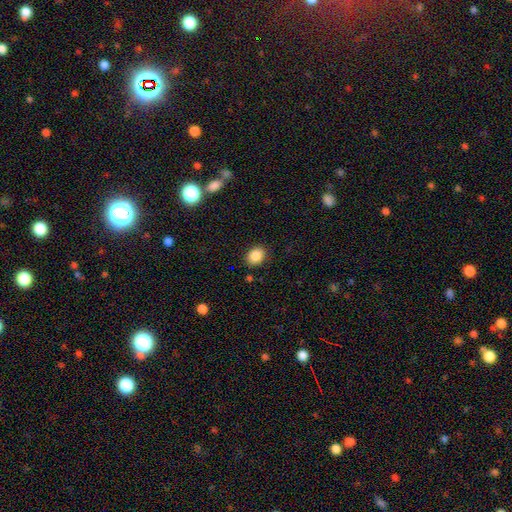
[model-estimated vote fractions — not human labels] Smooth or featured?
  - smooth: 87% *
  - star or artifact: 9%
  - featured or disk: 5%
How rounded?
  - in between: 58% *
  - round: 41%
  - cigar-shaped: 1%
Merging?
  - none: 86% *
  - minor disturbance: 9%
  - major disturbance: 3%
  - merger: 2%